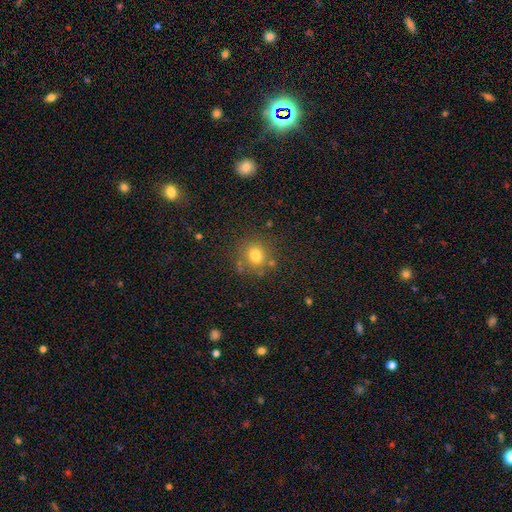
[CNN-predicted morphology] Smooth or featured? Predicted: smooth (p=0.76). How rounded? Predicted: round (p=0.77). Merging? Predicted: none (p=0.78).